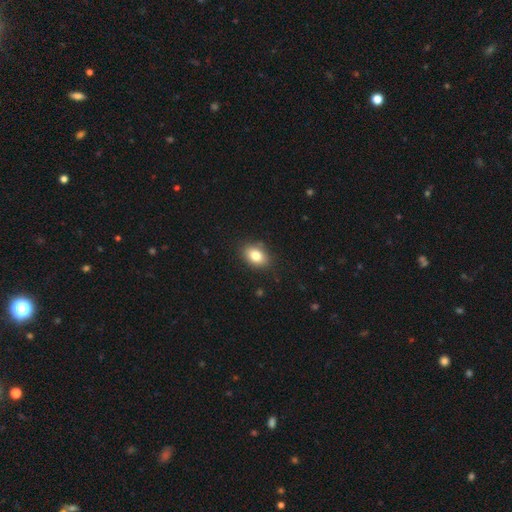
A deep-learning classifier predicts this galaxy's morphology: smooth 82%, featured or disk 9%, star or artifact 9%. Down the decision tree: how rounded — in between (80%); merging — none (85%).